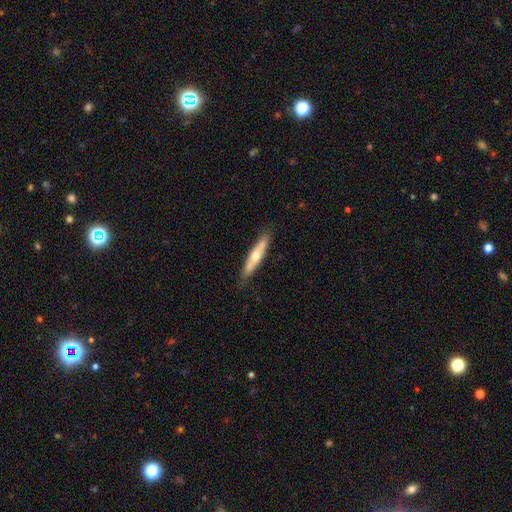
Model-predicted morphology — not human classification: The model was most divided on "smooth or featured": featured or disk: 50%, smooth: 44%, star or artifact: 6%. More confident: edge-on disk — yes (86%); merging — none (85%).